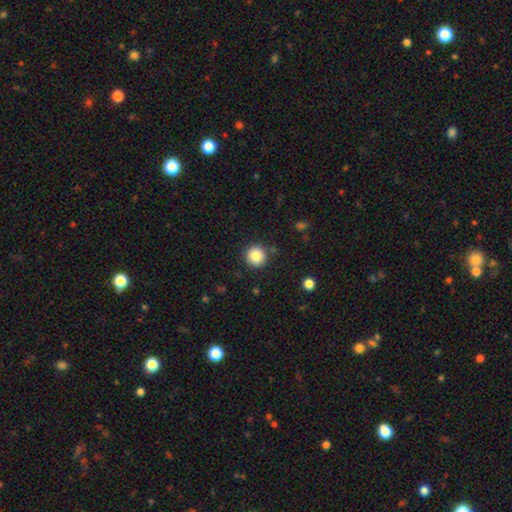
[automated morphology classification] smooth_or_featured: smooth (p=0.84) [alt: star or artifact p=0.10]
how_rounded: round (p=0.95) [alt: in between p=0.04]
merging: none (p=0.88) [alt: minor disturbance p=0.07]